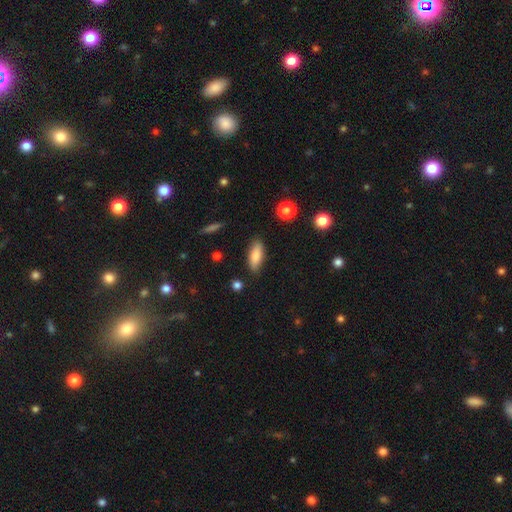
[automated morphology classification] Smooth or featured? Predicted: smooth (p=0.82). How rounded? Predicted: in between (p=0.69). Merging? Predicted: none (p=0.84).